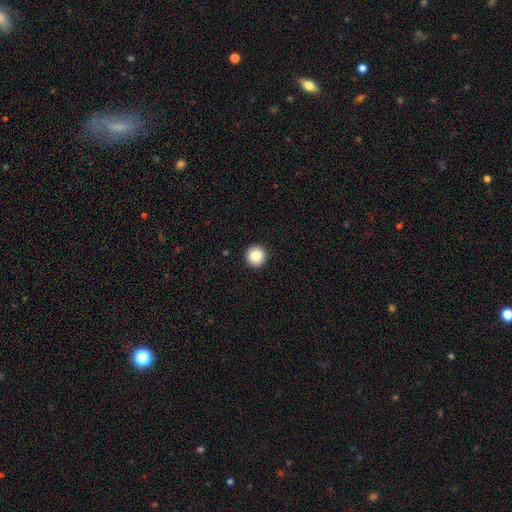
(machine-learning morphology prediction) Q: Smooth or featured?
A: smooth (85%); runner-up: star or artifact (9%)
Q: How rounded?
A: round (96%); runner-up: in between (3%)
Q: Merging?
A: none (94%); runner-up: minor disturbance (4%)